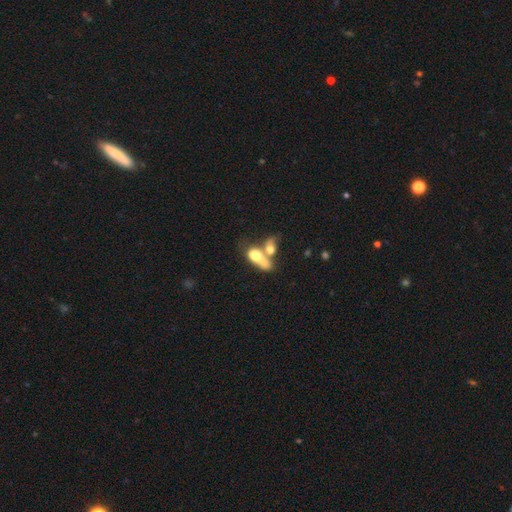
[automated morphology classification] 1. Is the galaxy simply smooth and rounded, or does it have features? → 65% smooth, 27% featured or disk, 8% star or artifact.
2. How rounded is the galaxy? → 73% in between, 15% round, 12% cigar-shaped.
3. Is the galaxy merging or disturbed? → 69% merger, 12% none, 11% major disturbance, 7% minor disturbance.